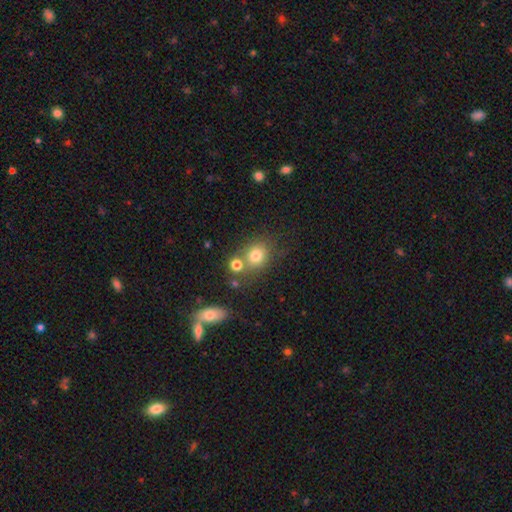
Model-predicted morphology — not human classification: A smooth galaxy with no disk features (76%) that is round (68%).

Vote fractions:
- Smooth or featured? smooth: 76% / star or artifact: 14% / featured or disk: 11%
- How rounded? round: 68% / in between: 31% / cigar-shaped: 1%
- Merging? none: 57% / merger: 25% / minor disturbance: 12% / major disturbance: 5%